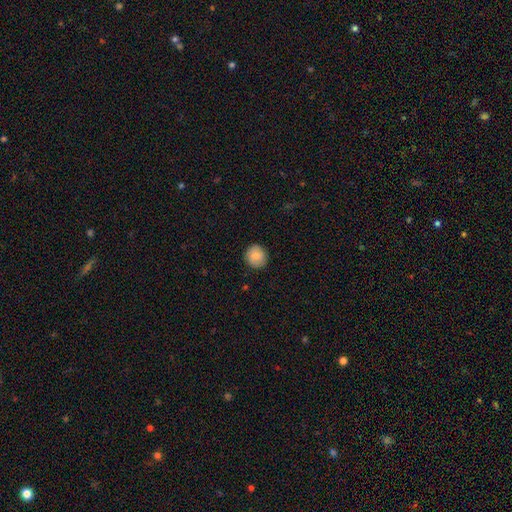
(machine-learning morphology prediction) A smooth galaxy with no disk features (84%) that is round (89%). Merging: none (89%).